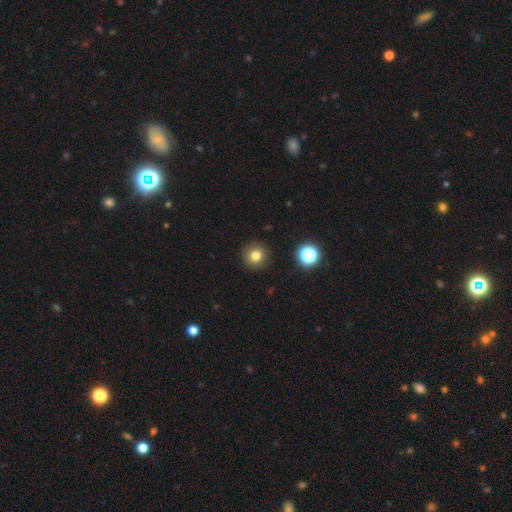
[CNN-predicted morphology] Smooth or featured?
  - smooth: 80% *
  - star or artifact: 13%
  - featured or disk: 7%
How rounded?
  - round: 94% *
  - in between: 5%
  - cigar-shaped: 1%
Merging?
  - none: 91% *
  - minor disturbance: 6%
  - major disturbance: 2%
  - merger: 1%